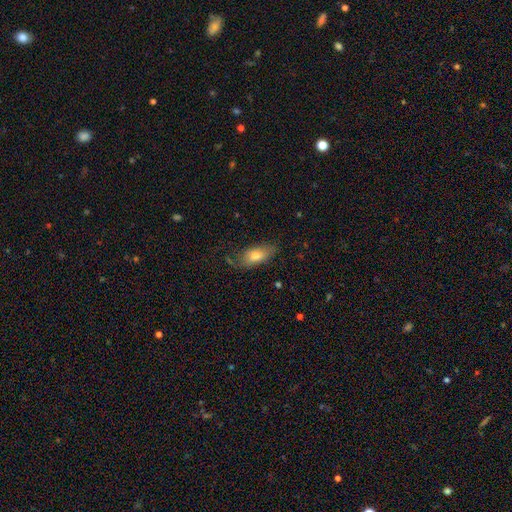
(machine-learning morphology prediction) The model was most divided on "merging": none: 65%, minor disturbance: 24%, major disturbance: 9%, merger: 2%. More confident: how rounded — in between (85%); smooth or featured — smooth (74%).